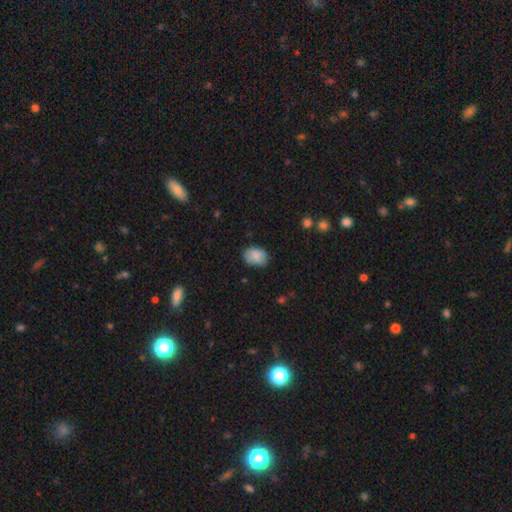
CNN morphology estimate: smooth 86%, featured or disk 7%, star or artifact 7%. Down the decision tree: how rounded — in between (74%); merging — none (74%).